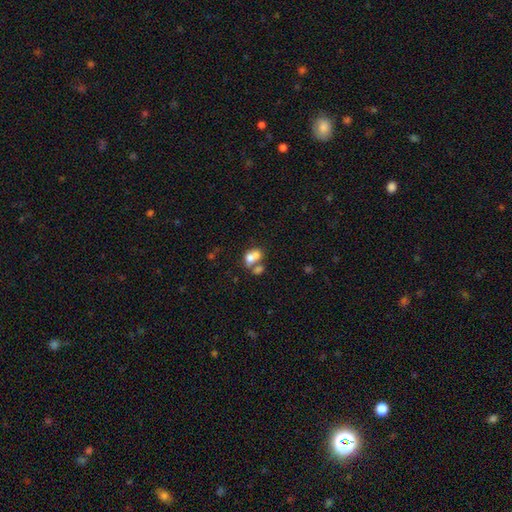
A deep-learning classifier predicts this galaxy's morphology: Overall: smooth (68%). How rounded: in between (72%). Merging: merger (64%).